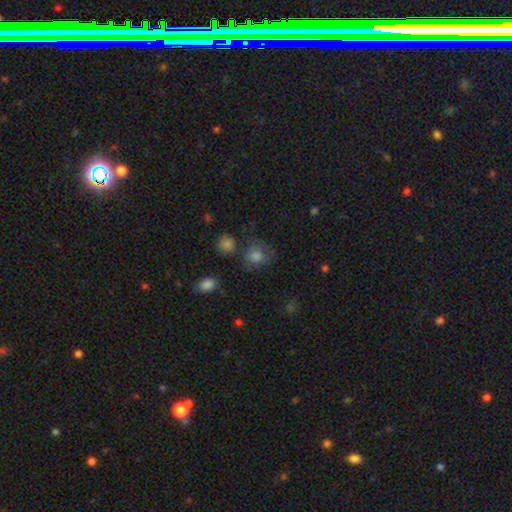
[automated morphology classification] The model was most divided on "how rounded": round: 69%, in between: 30%, cigar-shaped: 1%. More confident: smooth or featured — smooth (70%); merging — none (60%).